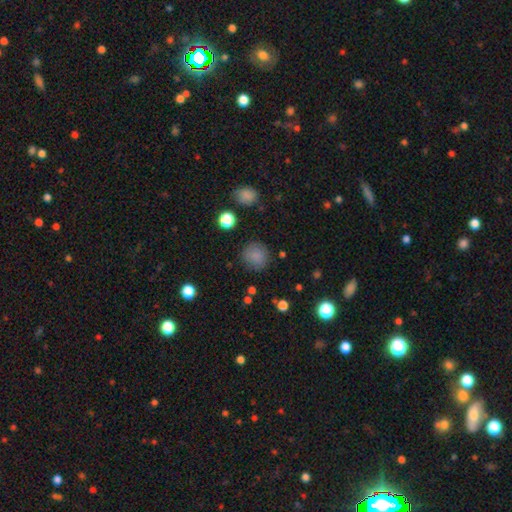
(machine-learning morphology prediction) type=smooth (82%); roundness=round (91%); merging=none (83%).